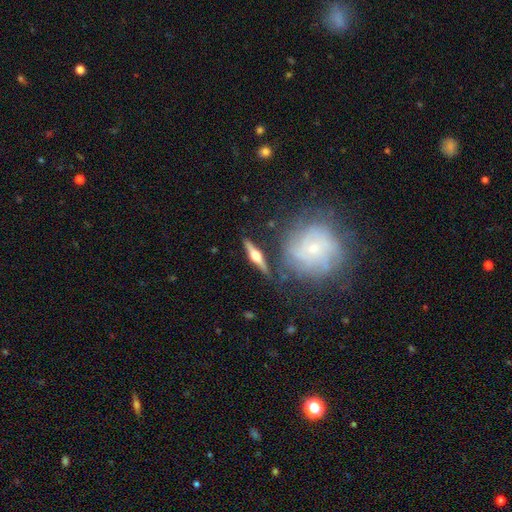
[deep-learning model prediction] This is likely a featured or disk galaxy (76%). It is clearly viewed edge-on (95%). Edge-on bulge: clearly rounded (95%). Merging: clearly none (81%).